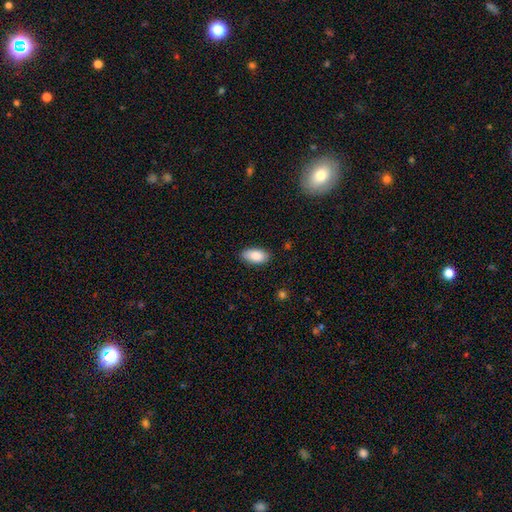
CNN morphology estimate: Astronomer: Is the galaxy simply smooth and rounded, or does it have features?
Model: smooth — 87%.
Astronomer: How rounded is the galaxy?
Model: in between — 93%.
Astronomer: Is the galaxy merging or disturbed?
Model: none — 85%.